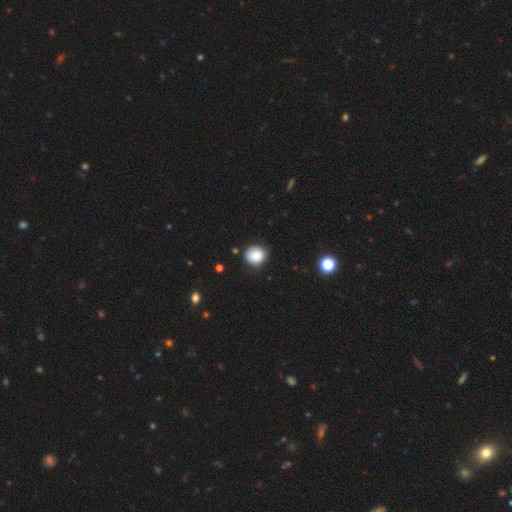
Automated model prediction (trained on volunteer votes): Smooth or featured? smooth (84%)
How rounded? round (77%)
Merging? none (76%)